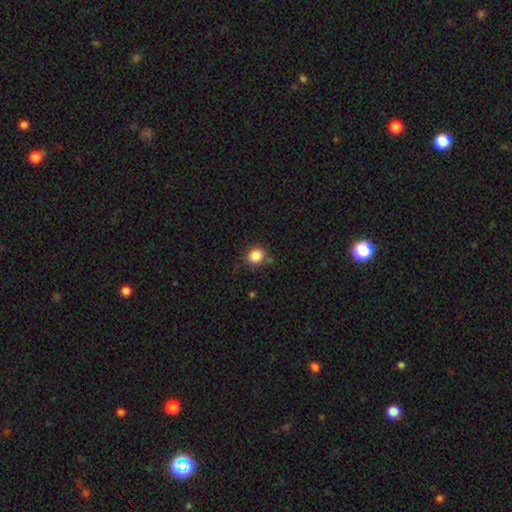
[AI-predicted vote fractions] A smooth galaxy with no disk features (85%) that is round (75%). Merging: none (79%).